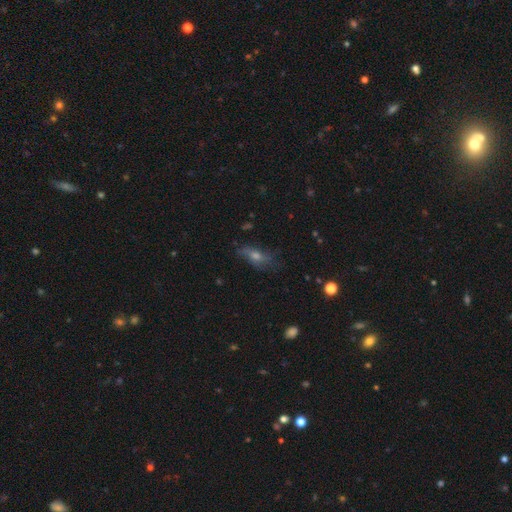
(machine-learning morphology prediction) smooth 41% (tied), featured or disk 41% (tied), star or artifact 18%. Down the decision tree: merging — none (64%).